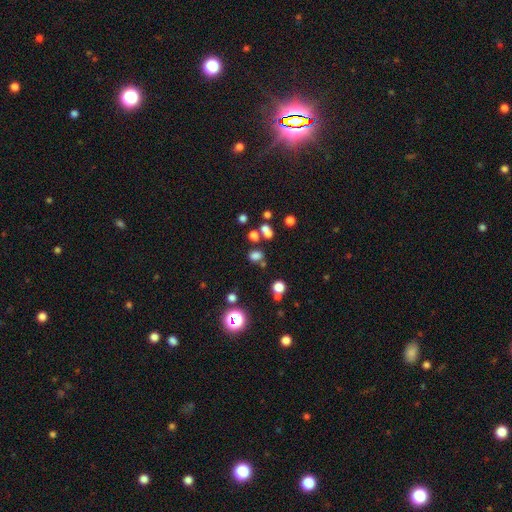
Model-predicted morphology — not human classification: A smooth galaxy with no disk features (68%) that is in between round and cigar-shaped (59%). Merging: none (65%).